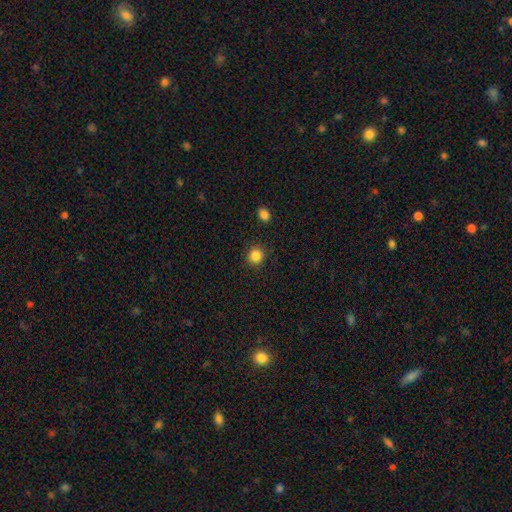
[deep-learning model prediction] Smooth or featured? Predicted: smooth (p=0.86). How rounded? Predicted: round (p=0.90). Merging? Predicted: none (p=0.91).